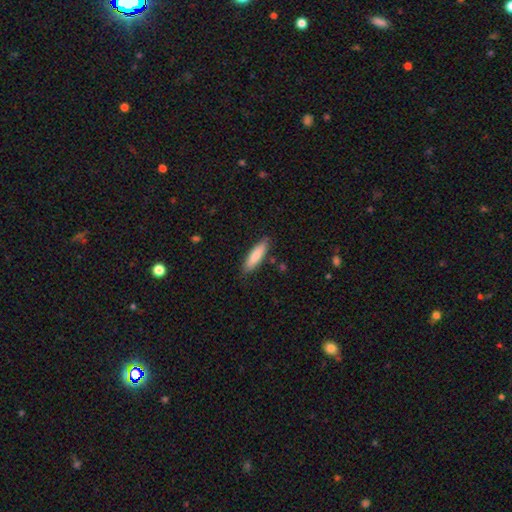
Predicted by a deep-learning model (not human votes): This appears to be a smooth galaxy with no disk features (81%) that is cigar-shaped (62%). Merging: none (85%).